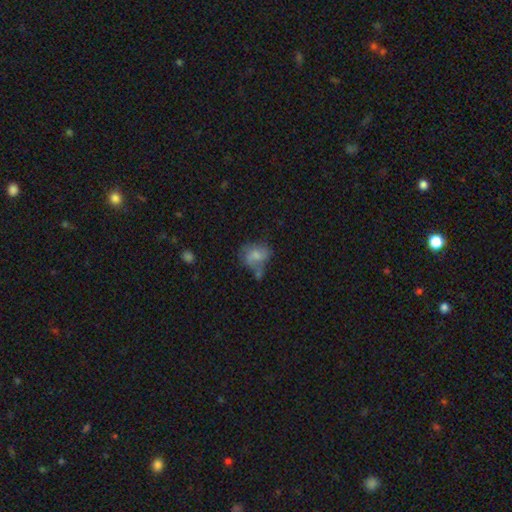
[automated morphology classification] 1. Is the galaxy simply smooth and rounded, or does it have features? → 60% smooth, 30% featured or disk, 11% star or artifact.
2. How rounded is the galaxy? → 64% in between, 35% round, 1% cigar-shaped.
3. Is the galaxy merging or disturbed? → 29% none, 25% major disturbance, 24% minor disturbance, 22% merger.